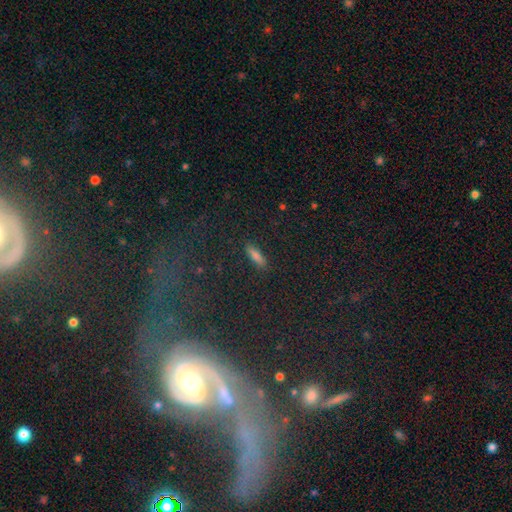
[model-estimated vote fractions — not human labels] smooth_or_featured: smooth (p=0.49) [alt: star or artifact p=0.27]
merging: none (p=0.82) [alt: minor disturbance p=0.10]